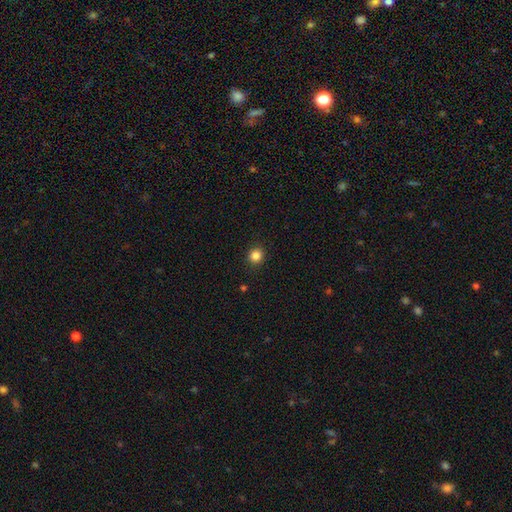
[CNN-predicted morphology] The model was most divided on "smooth or featured": smooth: 85%, star or artifact: 12%, featured or disk: 4%. More confident: merging — none (91%); how rounded — round (90%).